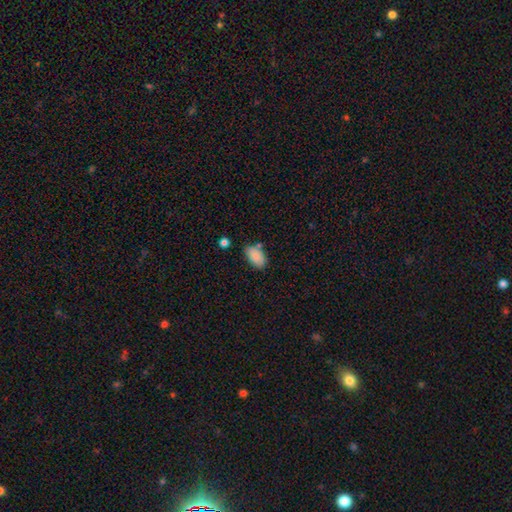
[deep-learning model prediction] Smooth or featured?
  - smooth: 86% *
  - star or artifact: 7%
  - featured or disk: 7%
How rounded?
  - in between: 94% *
  - round: 4%
  - cigar-shaped: 2%
Merging?
  - none: 72% *
  - minor disturbance: 18%
  - merger: 7%
  - major disturbance: 3%